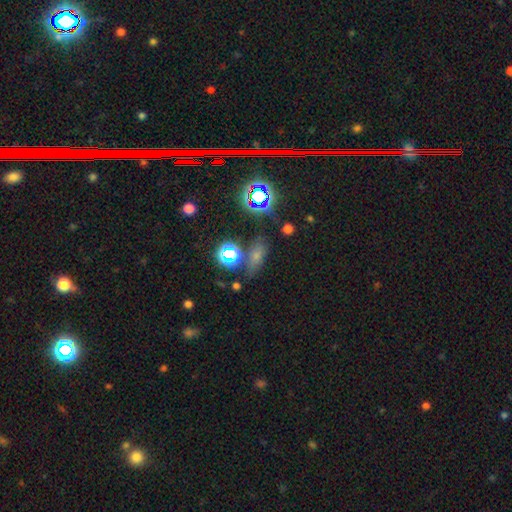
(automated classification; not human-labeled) smooth 55%, star or artifact 33%, featured or disk 13%. Down the decision tree: how rounded — in between (67%); merging — none (71%).